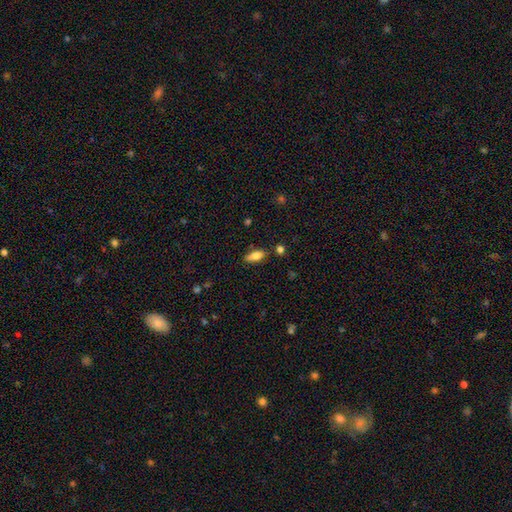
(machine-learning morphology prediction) This is clearly a smooth galaxy (81%). How rounded: likely in between (78%). Merging: likely none (76%).